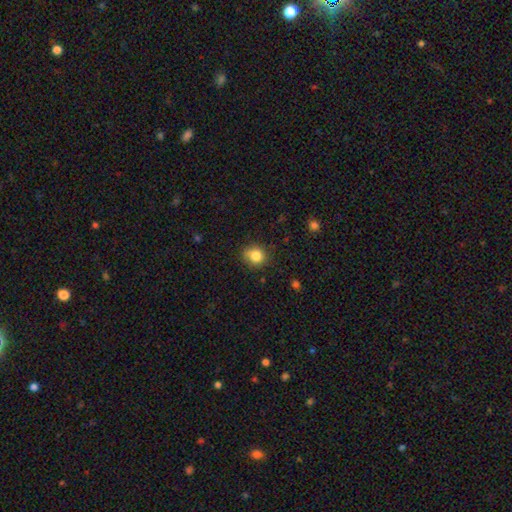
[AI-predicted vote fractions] smooth 83%, star or artifact 11%, featured or disk 6%. Down the decision tree: how rounded — round (82%); merging — none (77%).